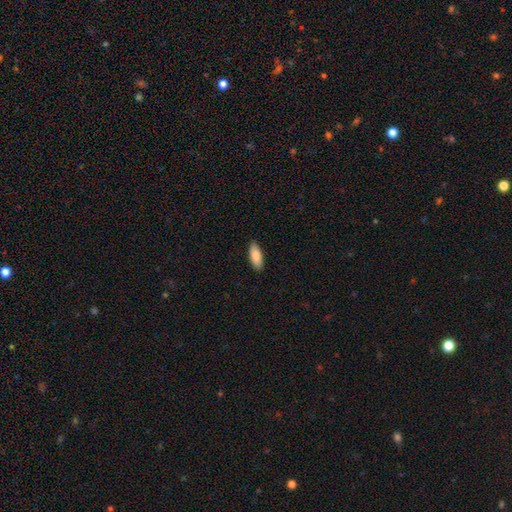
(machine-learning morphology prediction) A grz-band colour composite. It shows a smooth galaxy with no disk features (87%) that is in between round and cigar-shaped (75%). Merging: none (88%).